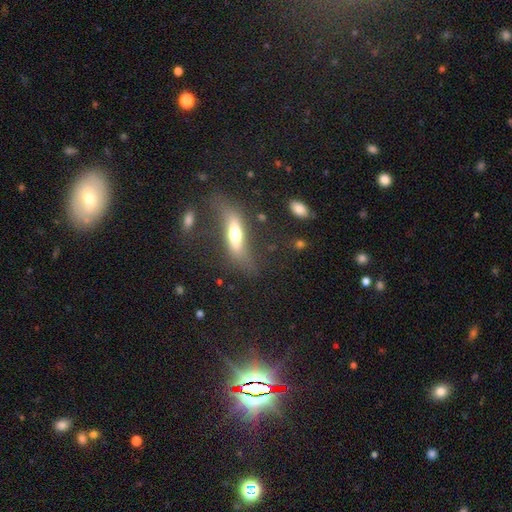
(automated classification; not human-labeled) Smooth or featured? Predicted: featured or disk (p=0.53). Edge-on disk? Predicted: yes (p=0.59). Merging? Predicted: none (p=0.63).